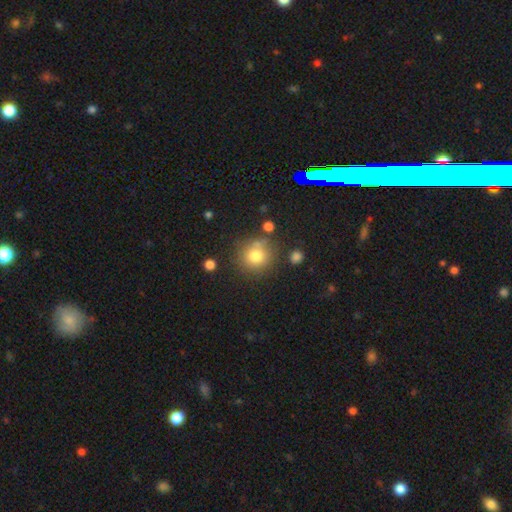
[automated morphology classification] Smooth or featured? smooth (77%)
How rounded? round (88%)
Merging? none (72%)